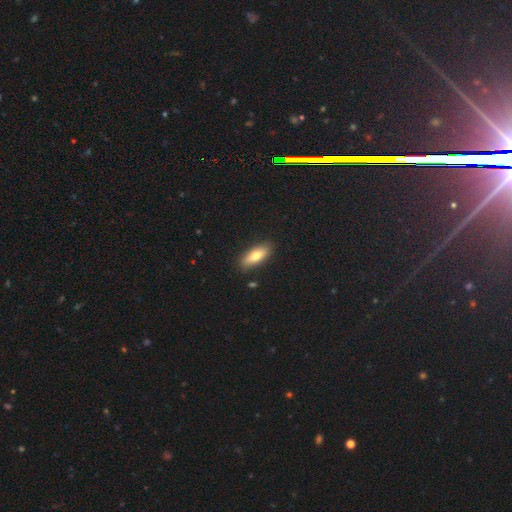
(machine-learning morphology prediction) Smooth or featured: smooth — 70% (featured or disk — 24%)
How rounded: in between — 66% (cigar-shaped — 31%)
Merging: none — 87% (minor disturbance — 10%)